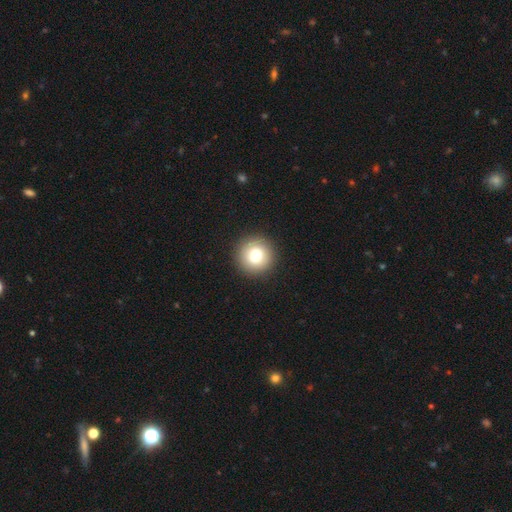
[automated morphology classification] A smooth galaxy with no disk features (78%) that is round (96%). Merging: none (93%).